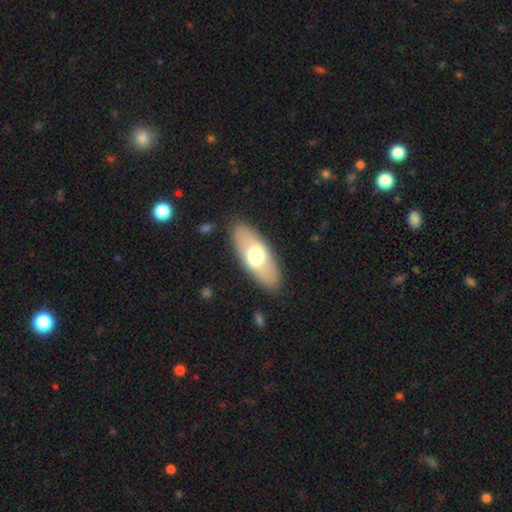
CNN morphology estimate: Q: Smooth or featured?
A: smooth (61%); runner-up: featured or disk (34%)
Q: How rounded?
A: in between (82%); runner-up: cigar-shaped (15%)
Q: Merging?
A: none (86%); runner-up: minor disturbance (9%)